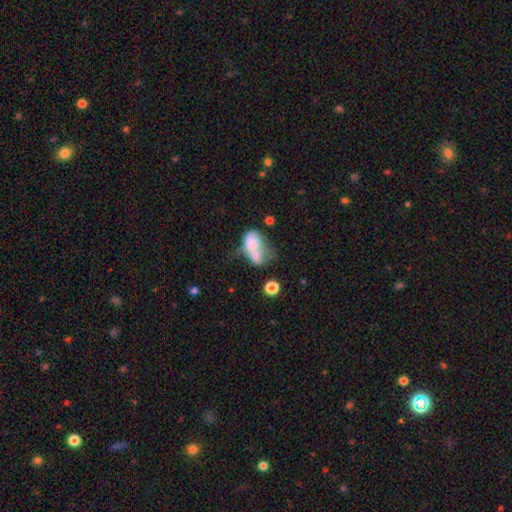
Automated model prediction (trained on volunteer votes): This appears to be a smooth galaxy with no disk features (64%) that is in between round and cigar-shaped (74%). Merging: merger (65%).